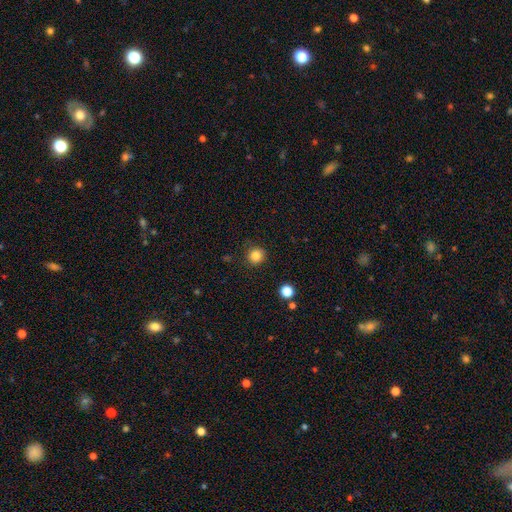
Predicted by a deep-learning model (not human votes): Smooth or featured?
  - smooth: 84% *
  - star or artifact: 12%
  - featured or disk: 4%
How rounded?
  - round: 93% *
  - in between: 6%
  - cigar-shaped: 1%
Merging?
  - none: 90% *
  - minor disturbance: 7%
  - major disturbance: 2%
  - merger: 1%